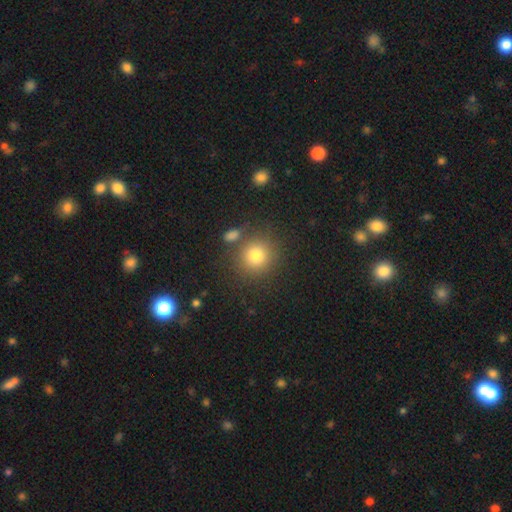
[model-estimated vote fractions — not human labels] Smooth or featured? Predicted: smooth (p=0.80). How rounded? Predicted: round (p=0.87). Merging? Predicted: none (p=0.78).